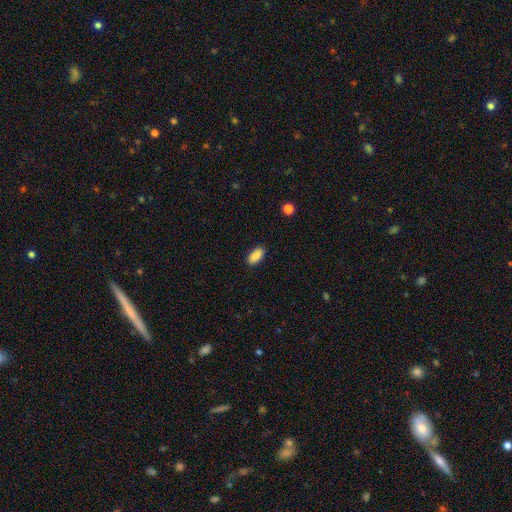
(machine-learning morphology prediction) type=smooth (89%); roundness=in between (92%); merging=none (88%).